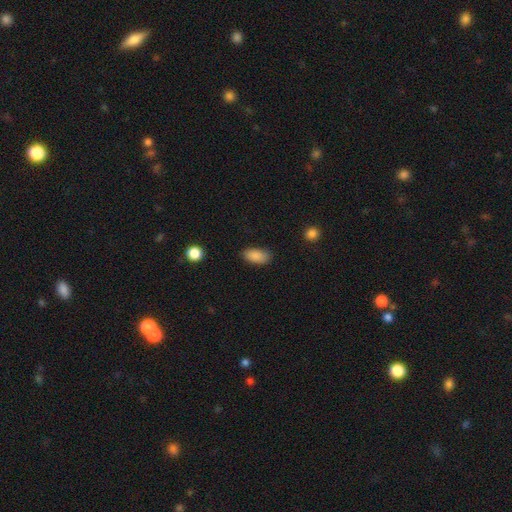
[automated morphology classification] Smooth or featured: smooth — 88% (star or artifact — 8%)
How rounded: in between — 92% (cigar-shaped — 4%)
Merging: none — 84% (minor disturbance — 12%)